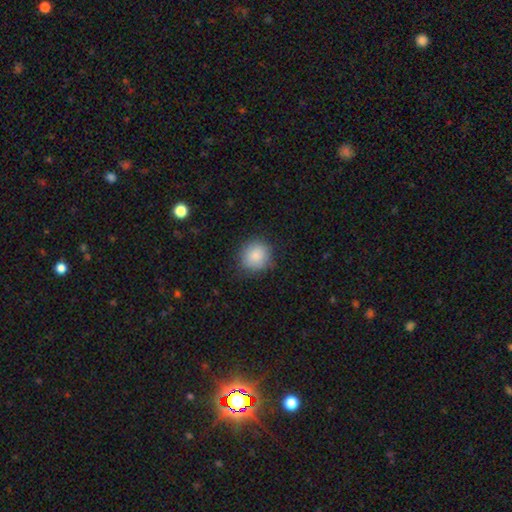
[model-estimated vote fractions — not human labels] smooth_or_featured: smooth (p=0.85) [alt: star or artifact p=0.09]
how_rounded: round (p=0.90) [alt: in between p=0.09]
merging: none (p=0.82) [alt: minor disturbance p=0.13]